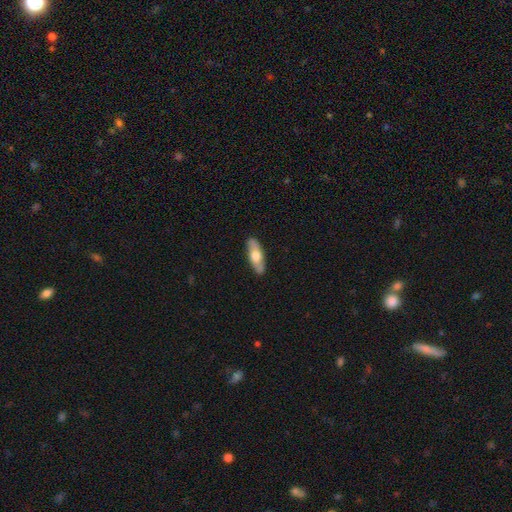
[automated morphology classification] smooth 54%, featured or disk 41%, star or artifact 5%. Down the decision tree: how rounded — in between (63%); merging — none (87%).